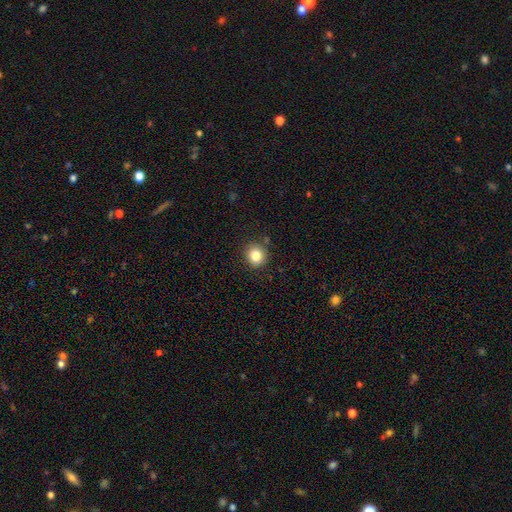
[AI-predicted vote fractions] A smooth galaxy with no disk features (82%) that is round (86%). Merging: none (88%).